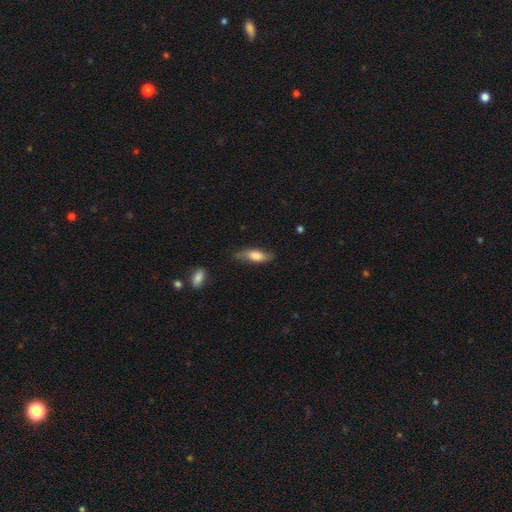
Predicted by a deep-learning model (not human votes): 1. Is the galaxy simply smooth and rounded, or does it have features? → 63% smooth, 30% featured or disk, 7% star or artifact.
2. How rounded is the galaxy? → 61% in between, 35% cigar-shaped, 3% round.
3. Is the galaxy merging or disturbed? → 66% none, 25% minor disturbance, 6% major disturbance, 2% merger.